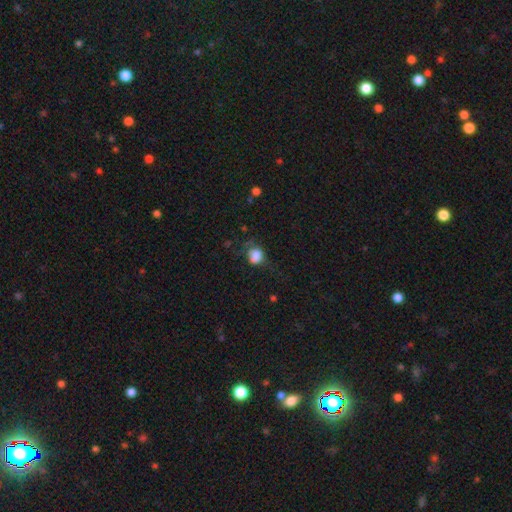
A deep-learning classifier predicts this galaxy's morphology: Smooth or featured? Predicted: smooth (p=0.80). How rounded? Predicted: round (p=0.60). Merging? Predicted: none (p=0.42).